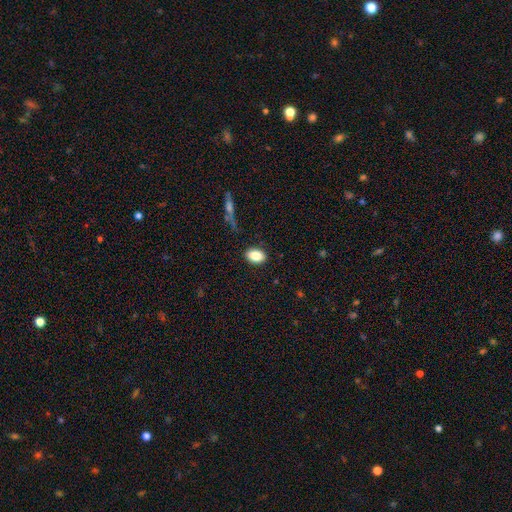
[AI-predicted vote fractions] Smooth or featured? smooth (85%)
How rounded? in between (86%)
Merging? none (87%)